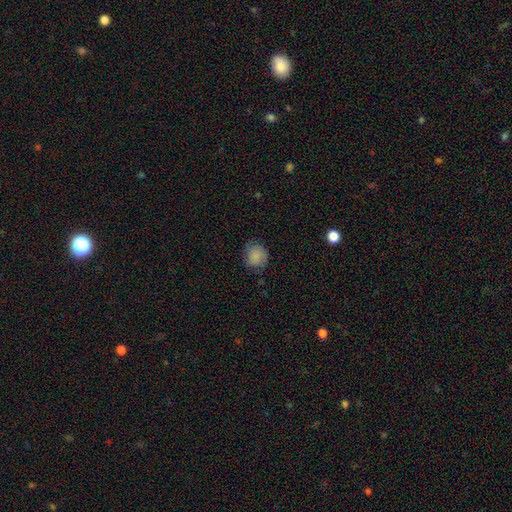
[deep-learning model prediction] Smooth or featured? smooth (82%)
How rounded? round (82%)
Merging? none (73%)